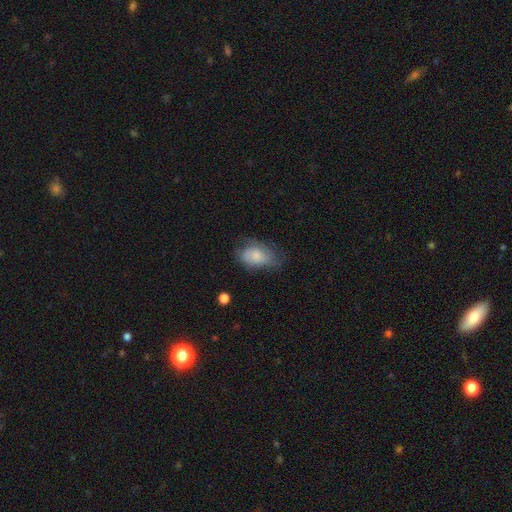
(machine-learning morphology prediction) Smooth or featured: smooth — 66% (featured or disk — 26%)
How rounded: in between — 88% (round — 10%)
Merging: none — 45% (minor disturbance — 35%)